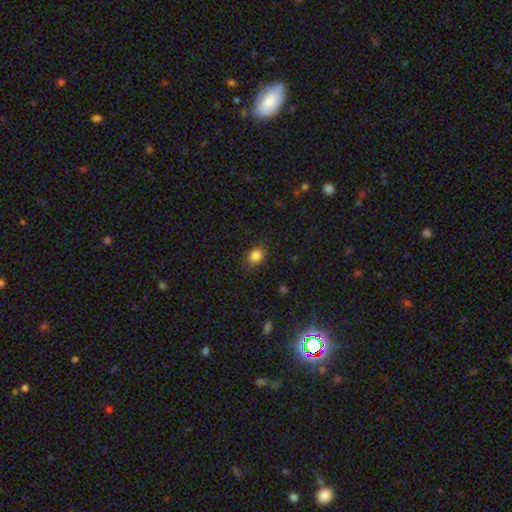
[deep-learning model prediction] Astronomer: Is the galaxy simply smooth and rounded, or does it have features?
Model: smooth — 85%.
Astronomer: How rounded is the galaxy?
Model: in between — 61% (runner-up: round, 38%).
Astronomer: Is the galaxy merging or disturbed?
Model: none — 84%.